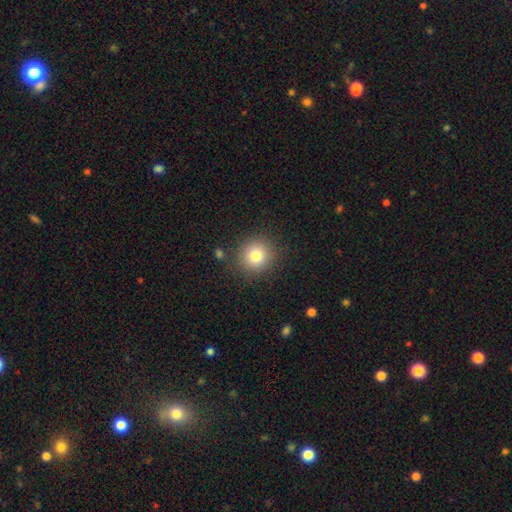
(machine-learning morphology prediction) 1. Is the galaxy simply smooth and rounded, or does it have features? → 80% smooth, 12% star or artifact, 8% featured or disk.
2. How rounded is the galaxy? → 91% round, 8% in between, 1% cigar-shaped.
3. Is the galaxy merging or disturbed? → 86% none, 8% minor disturbance, 3% major disturbance, 3% merger.